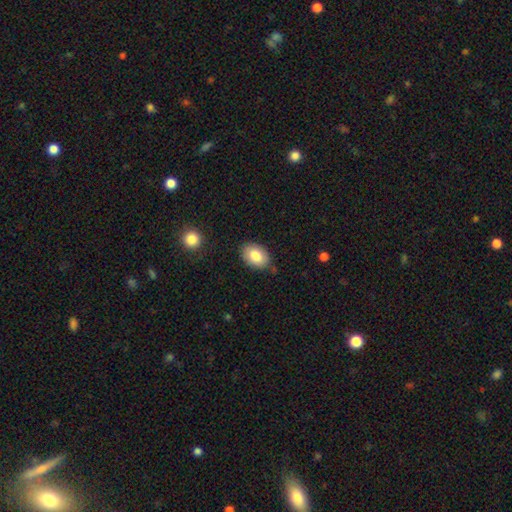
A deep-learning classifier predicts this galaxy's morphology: The model was most divided on "merging": none: 81%, minor disturbance: 14%, major disturbance: 3%, merger: 2%. More confident: how rounded — in between (84%); smooth or featured — smooth (83%).